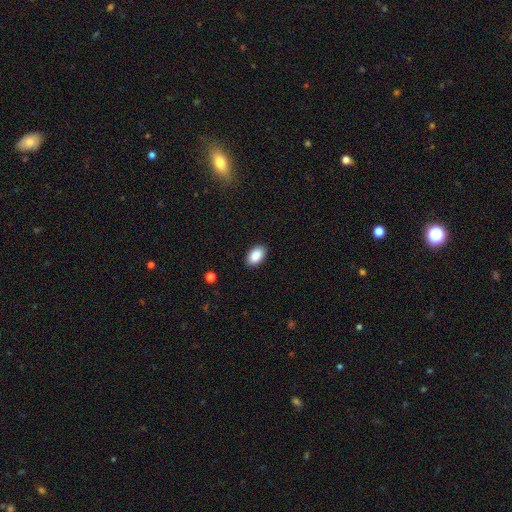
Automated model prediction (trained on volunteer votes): Morphology: type=smooth (89%); roundness=in between (92%); merging=none (89%).